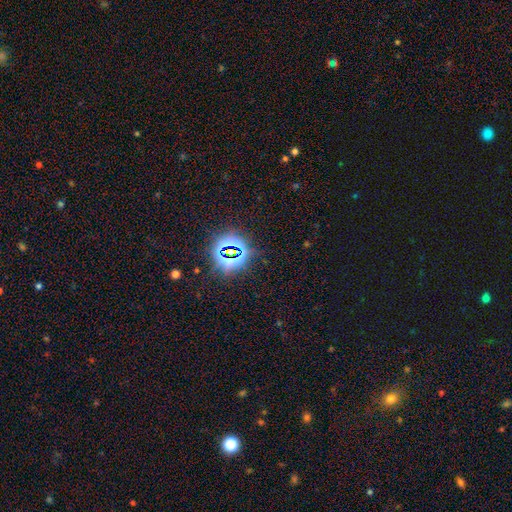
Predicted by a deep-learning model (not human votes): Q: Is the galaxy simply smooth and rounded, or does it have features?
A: star or artifact — 83%.